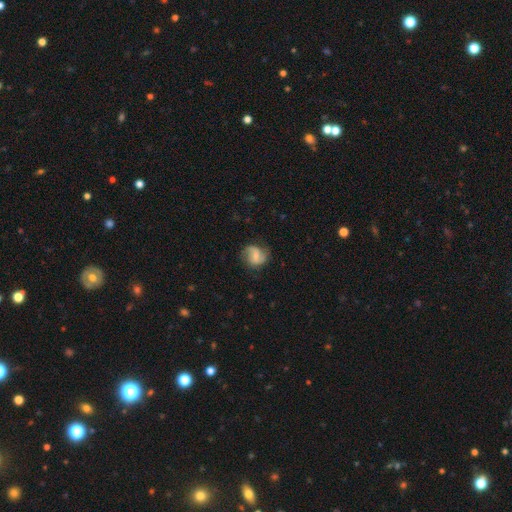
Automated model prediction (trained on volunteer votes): featured or disk 68%, smooth 25%, star or artifact 7%. Down the decision tree: edge-on disk — no (98%); bar — weak (47%); spiral arms — yes (92%); spiral arm count — 2 (86%); spiral winding — medium (47%); bulge size — small (51%); merging — none (72%).